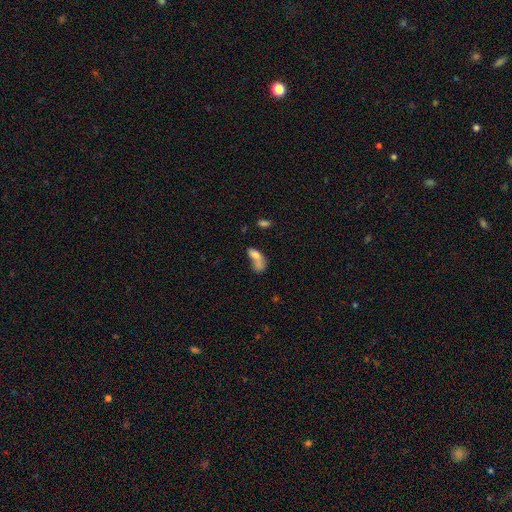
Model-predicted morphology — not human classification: A smooth galaxy with no disk features (71%) that is in between round and cigar-shaped (80%). Merging: merger (61%).